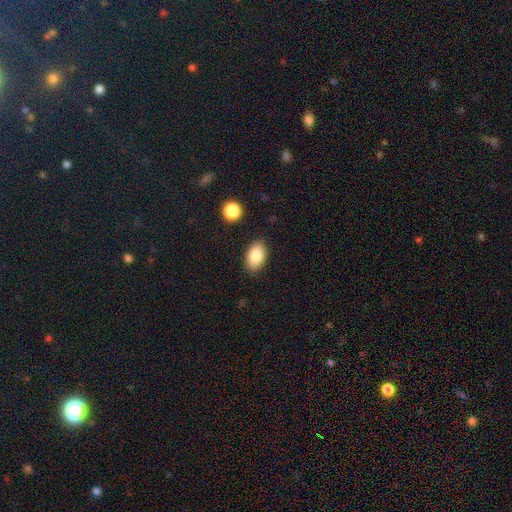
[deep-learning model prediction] The model was most divided on "smooth or featured": smooth: 84%, featured or disk: 8%, star or artifact: 7%. More confident: how rounded — in between (92%); merging — none (87%).